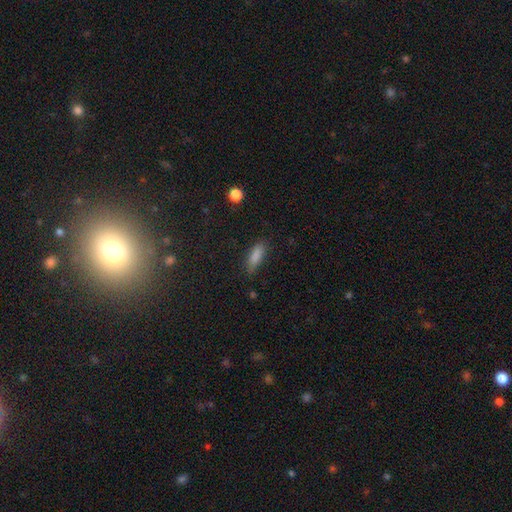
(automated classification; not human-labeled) This appears to be a smooth galaxy with no disk features (84%) that is in between round and cigar-shaped (53%). Merging: none (76%).